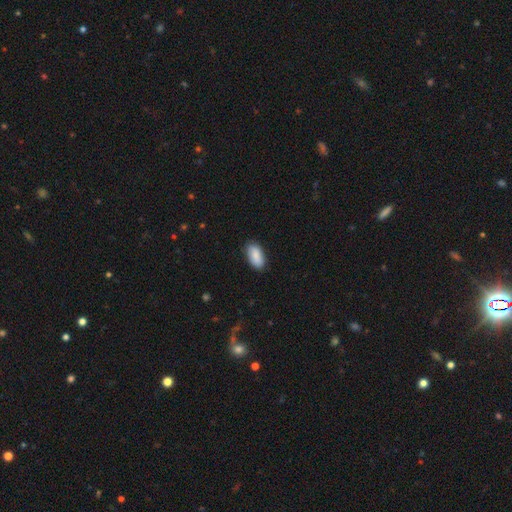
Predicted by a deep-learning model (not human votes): smooth 86%, featured or disk 8%, star or artifact 6%. Down the decision tree: how rounded — in between (91%); merging — none (84%).